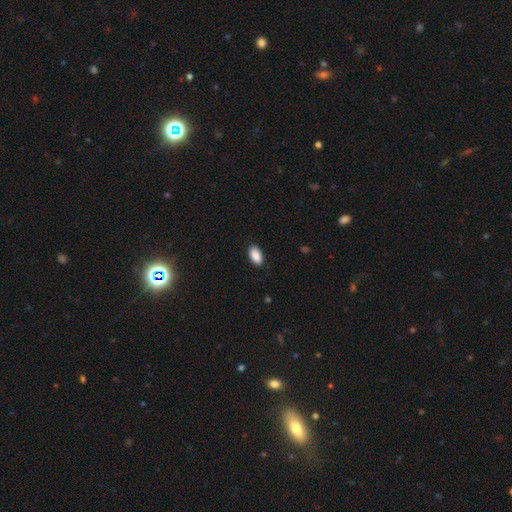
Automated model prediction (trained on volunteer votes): This is clearly a smooth galaxy (90%). How rounded: clearly in between (94%). Merging: clearly none (87%).